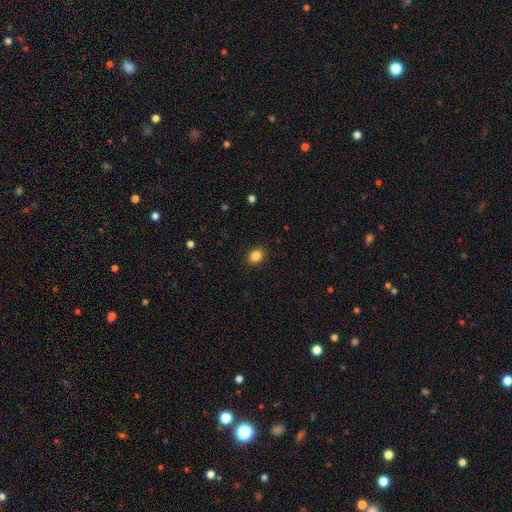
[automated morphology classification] The model was most divided on "how rounded": in between: 58%, round: 41%, cigar-shaped: 1%. More confident: merging — none (89%); smooth or featured — smooth (85%).